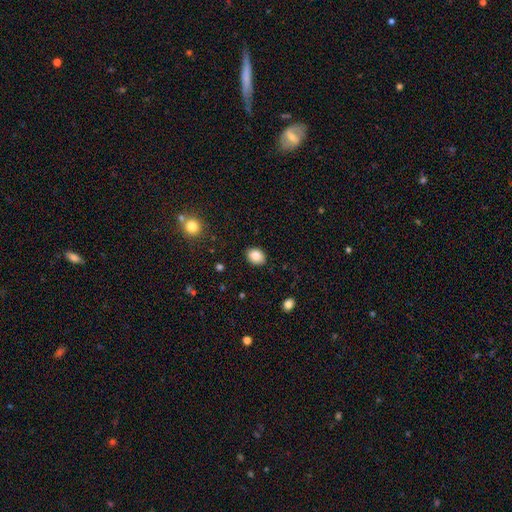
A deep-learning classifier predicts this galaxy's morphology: smooth 86%, star or artifact 8%, featured or disk 5%. Down the decision tree: how rounded — in between (62%); merging — none (88%).